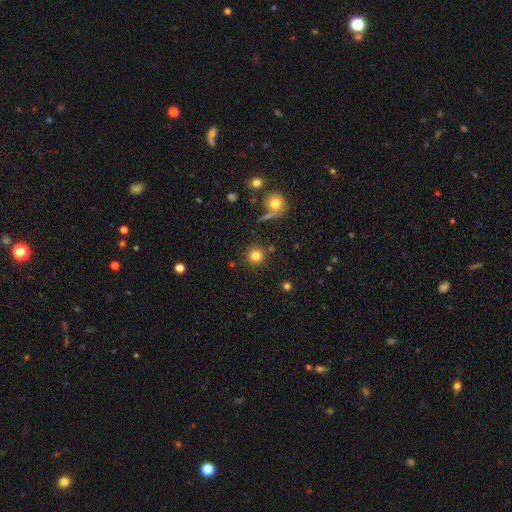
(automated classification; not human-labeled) Overall: smooth (80%). How rounded: round (94%). Merging: none (85%).